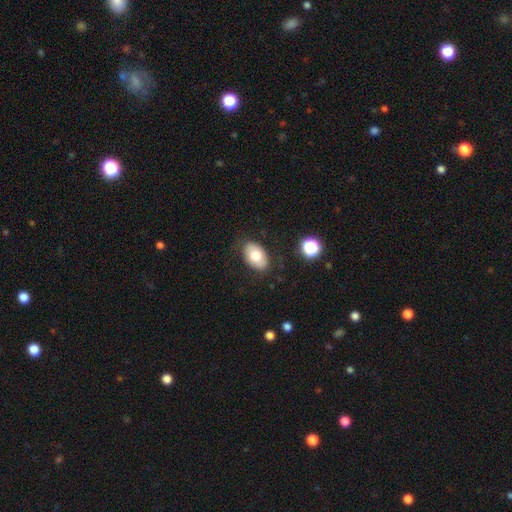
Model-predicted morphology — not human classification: smooth-or-featured: smooth: 73% | featured or disk: 19% | star or artifact: 8%
  how-rounded: in between: 88% | round: 11% | cigar-shaped: 1%
  merging: none: 81% | minor disturbance: 13% | major disturbance: 4% | merger: 2%